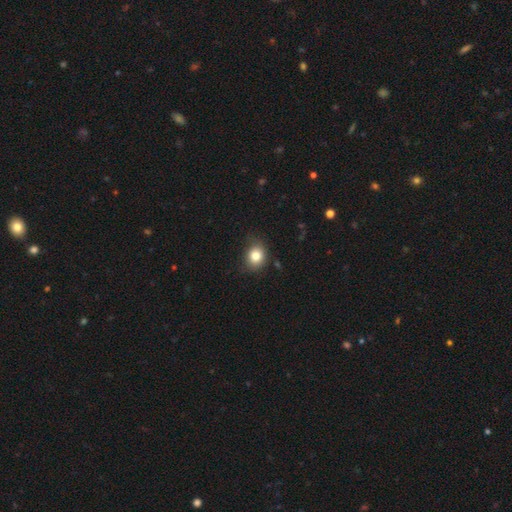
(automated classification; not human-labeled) smooth_or_featured: smooth (p=0.81) [alt: star or artifact p=0.11]
how_rounded: round (p=0.63) [alt: in between p=0.36]
merging: none (p=0.76) [alt: minor disturbance p=0.19]